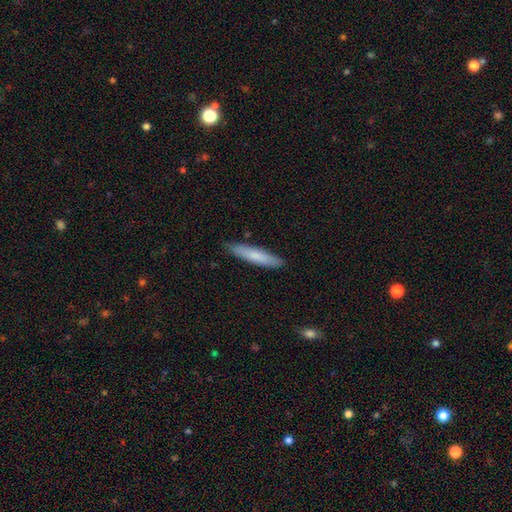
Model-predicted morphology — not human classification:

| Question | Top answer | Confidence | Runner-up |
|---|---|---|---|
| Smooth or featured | smooth | 75% | featured or disk (19%) |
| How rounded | cigar-shaped | 89% | in between (10%) |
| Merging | none | 88% | minor disturbance (9%) |